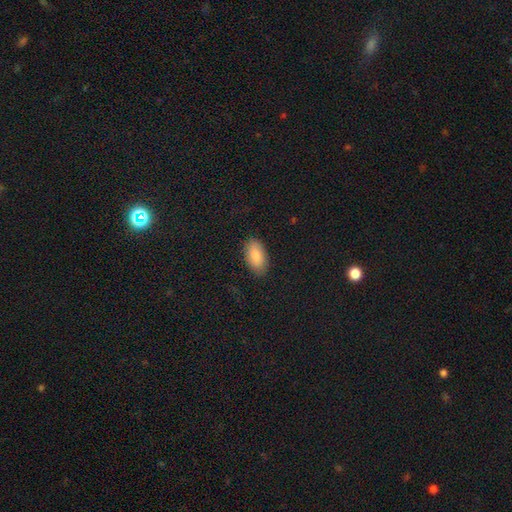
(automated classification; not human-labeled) A smooth galaxy with no disk features (86%) that is in between round and cigar-shaped (94%).

Vote fractions:
- Smooth or featured? smooth: 86% / featured or disk: 7% / star or artifact: 7%
- How rounded? in between: 94% / cigar-shaped: 3% / round: 3%
- Merging? none: 86% / minor disturbance: 10% / major disturbance: 2% / merger: 1%